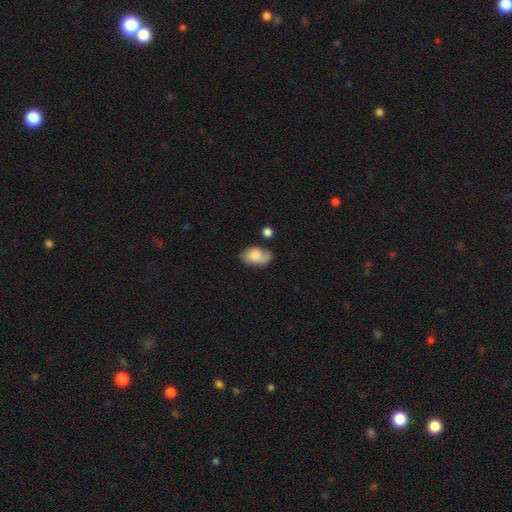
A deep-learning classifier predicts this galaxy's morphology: This appears to be a smooth galaxy with no disk features (72%) that is in between round and cigar-shaped (89%). Merging: none (56%).